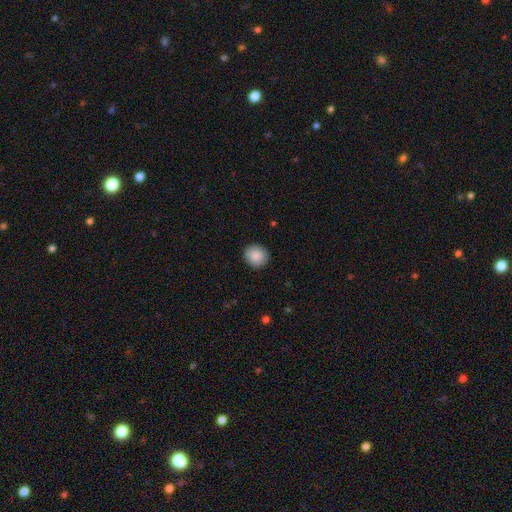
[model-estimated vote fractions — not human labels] smooth_or_featured: smooth (p=0.88) [alt: star or artifact p=0.08]
how_rounded: round (p=0.87) [alt: in between p=0.12]
merging: none (p=0.91) [alt: minor disturbance p=0.06]